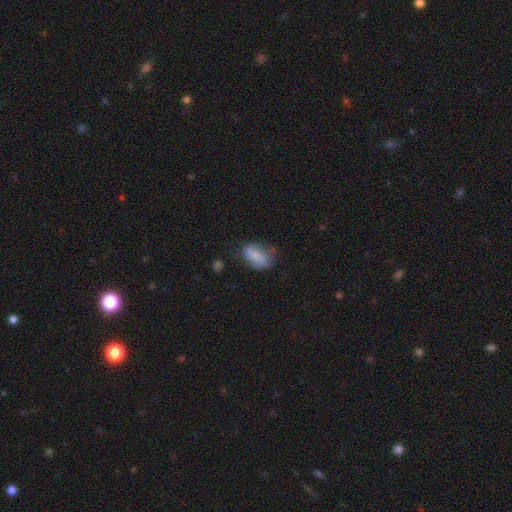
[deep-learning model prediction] Smooth or featured?
  - smooth: 73% *
  - featured or disk: 19%
  - star or artifact: 8%
How rounded?
  - in between: 87% *
  - round: 8%
  - cigar-shaped: 6%
Merging?
  - none: 51% *
  - minor disturbance: 30%
  - major disturbance: 15%
  - merger: 4%